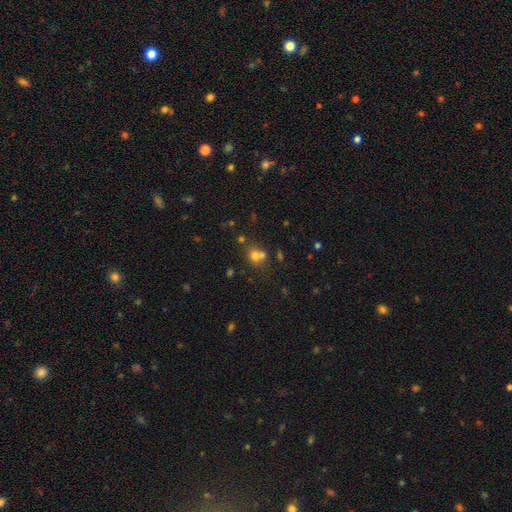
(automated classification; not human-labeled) Smooth or featured?
  - smooth: 65% *
  - star or artifact: 21%
  - featured or disk: 14%
How rounded?
  - round: 77% *
  - in between: 22%
  - cigar-shaped: 1%
Merging?
  - none: 48% *
  - merger: 39%
  - minor disturbance: 9%
  - major disturbance: 4%